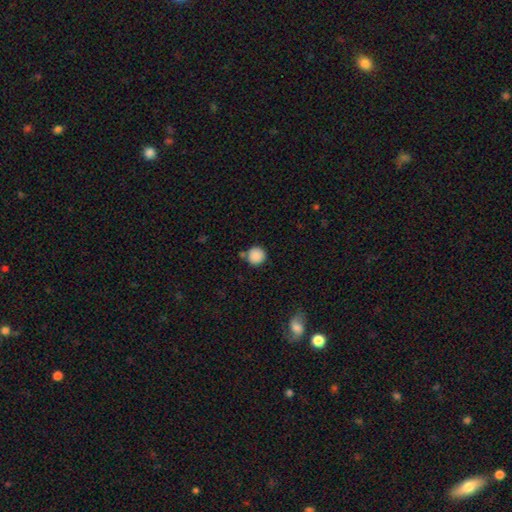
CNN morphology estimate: Smooth or featured?
  - smooth: 88% *
  - star or artifact: 9%
  - featured or disk: 3%
How rounded?
  - round: 94% *
  - in between: 5%
  - cigar-shaped: 1%
Merging?
  - none: 76% *
  - minor disturbance: 11%
  - merger: 9%
  - major disturbance: 4%